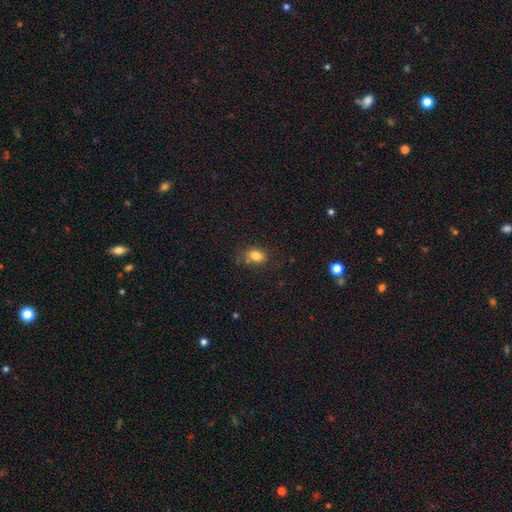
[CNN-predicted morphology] Smooth or featured? Predicted: smooth (p=0.81). How rounded? Predicted: in between (p=0.76). Merging? Predicted: none (p=0.65).